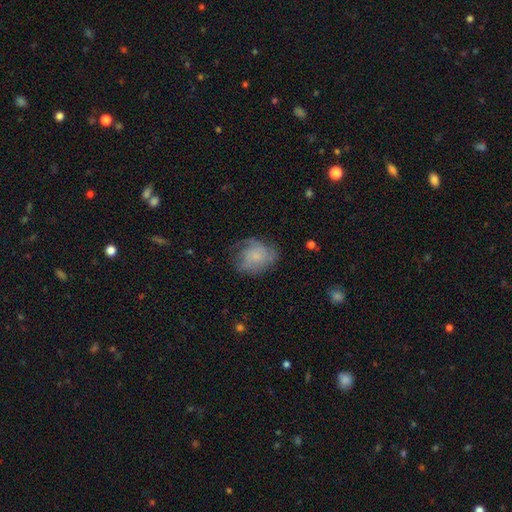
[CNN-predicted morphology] Overall: smooth (48%; featured or disk 43%). Merging: none (53%; minor disturbance 27%).